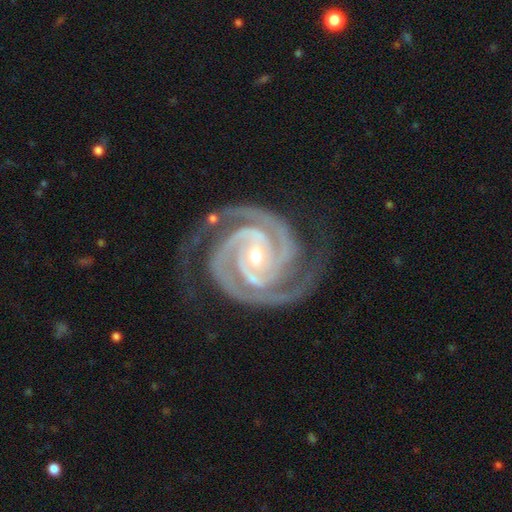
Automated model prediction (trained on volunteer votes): featured or disk 95%, star or artifact 4%, smooth 2%. Down the decision tree: edge-on disk — no (98%); bar — no (44%); spiral arms — yes (99%); spiral arm count — 2 (64%); spiral winding — tight (77%); bulge size — small (62%); merging — none (75%).